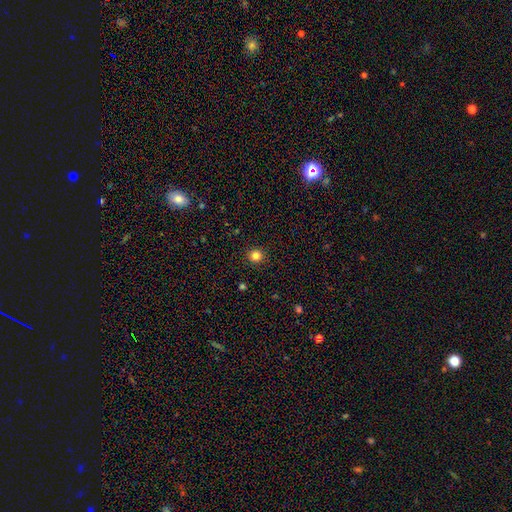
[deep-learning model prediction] smooth_or_featured: smooth (p=0.82) [alt: star or artifact p=0.13]
how_rounded: round (p=0.94) [alt: in between p=0.05]
merging: none (p=0.92) [alt: minor disturbance p=0.05]